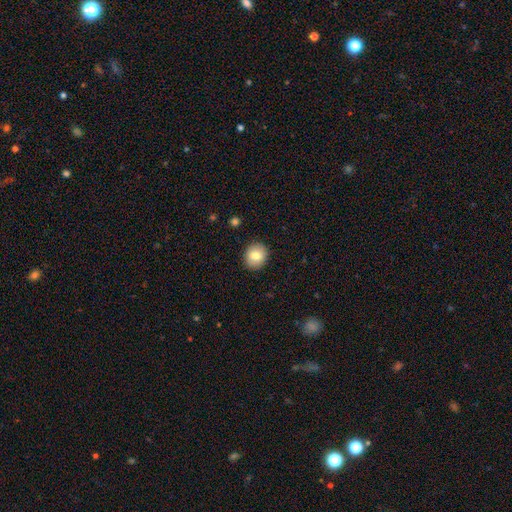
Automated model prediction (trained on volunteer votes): The model was most divided on "how rounded": round: 81%, in between: 18%, cigar-shaped: 1%. More confident: merging — none (91%); smooth or featured — smooth (79%).